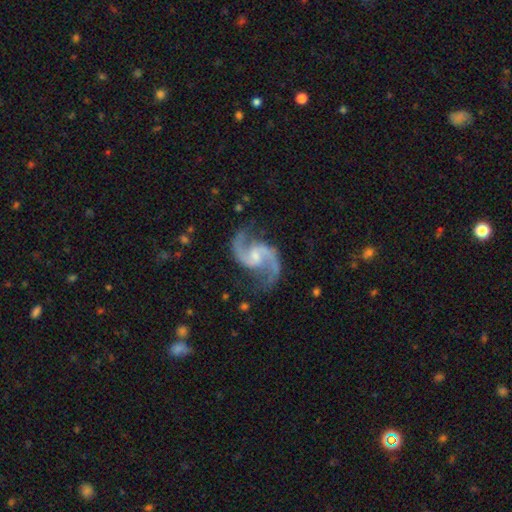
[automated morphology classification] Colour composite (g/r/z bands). It shows a featured or disk galaxy (94%) with a weak bar (47%), 2 (94%) medium (51%) spiral arms (98%) and a small central bulge (51%). Merging: none (79%).